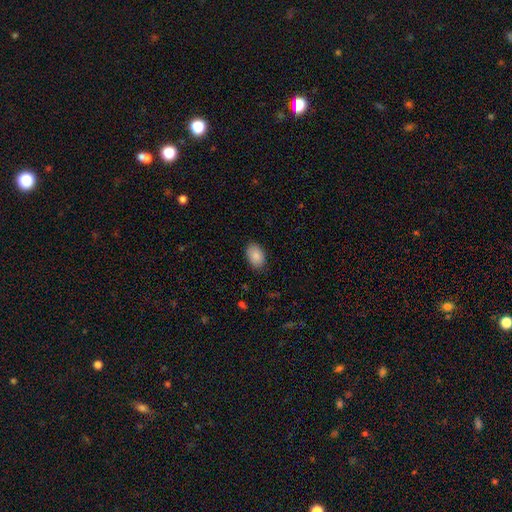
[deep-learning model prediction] smooth_or_featured: smooth (p=0.89) [alt: star or artifact p=0.07]
how_rounded: in between (p=0.90) [alt: round p=0.09]
merging: none (p=0.86) [alt: minor disturbance p=0.10]